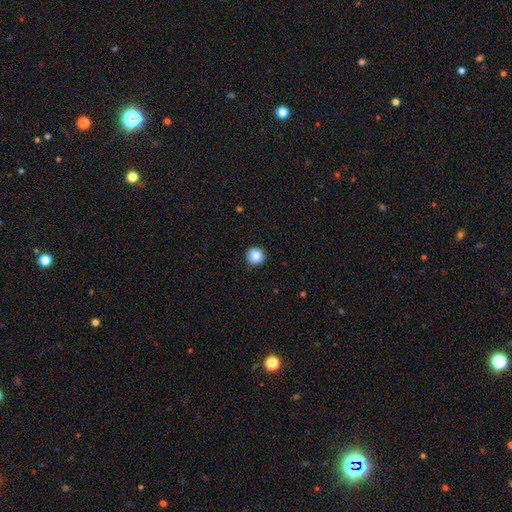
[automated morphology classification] smooth_or_featured: smooth (p=0.86) [alt: star or artifact p=0.10]
how_rounded: round (p=0.94) [alt: in between p=0.05]
merging: none (p=0.91) [alt: minor disturbance p=0.06]